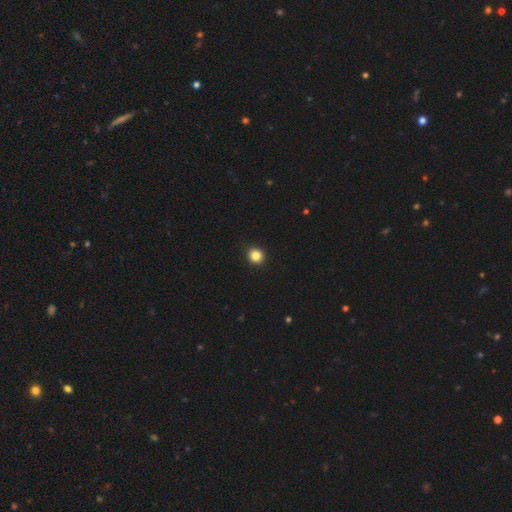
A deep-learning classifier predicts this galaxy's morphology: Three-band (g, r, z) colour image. It shows a smooth galaxy with no disk features (85%) that is round (89%). Merging: none (93%).